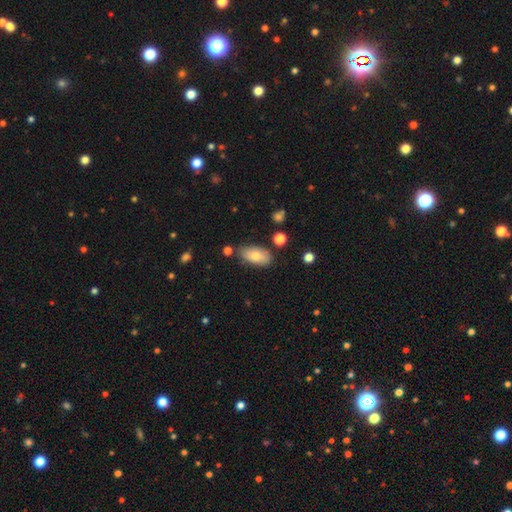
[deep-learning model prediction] smooth_or_featured: smooth (p=0.77) [alt: featured or disk p=0.16]
how_rounded: in between (p=0.92) [alt: cigar-shaped p=0.05]
merging: none (p=0.75) [alt: minor disturbance p=0.17]